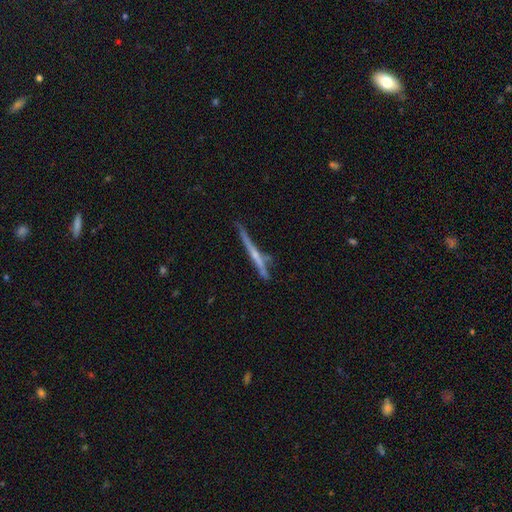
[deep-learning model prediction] Smooth or featured? featured or disk (66%)
Edge-on disk? yes (97%)
Edge-on bulge? none (52%)
Merging? none (70%)